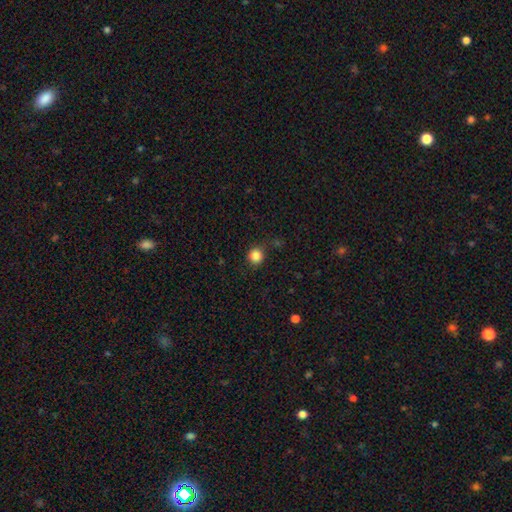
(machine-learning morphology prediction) Overall: smooth (85%). How rounded: round (92%). Merging: none (80%).